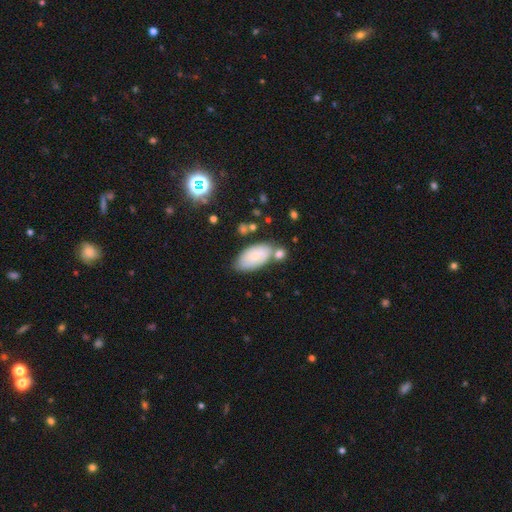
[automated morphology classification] smooth-or-featured: smooth: 60% | featured or disk: 33% | star or artifact: 7%
  how-rounded: in between: 93% | cigar-shaped: 4% | round: 3%
  merging: none: 58% | minor disturbance: 20% | merger: 17% | major disturbance: 5%